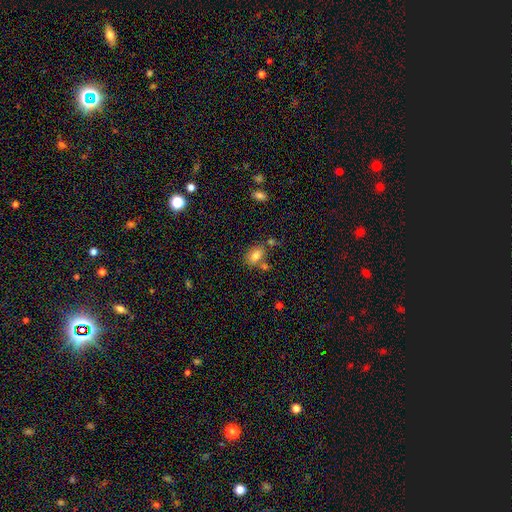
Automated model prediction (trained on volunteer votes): Morphology: type=smooth (78%); roundness=in between (85%); merging=none (62%).